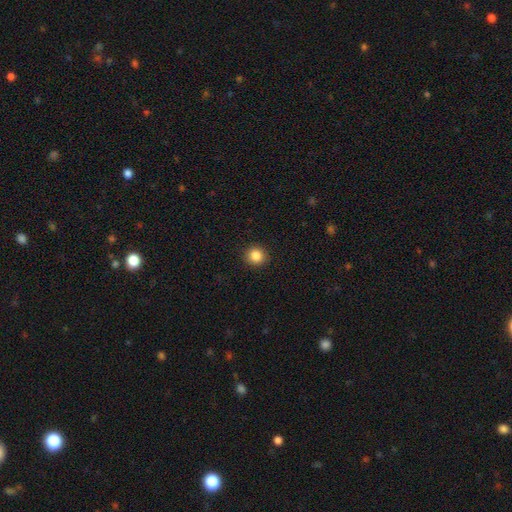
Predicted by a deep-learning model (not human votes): This is clearly a smooth galaxy (85%). How rounded: clearly round (91%). Merging: clearly none (92%).